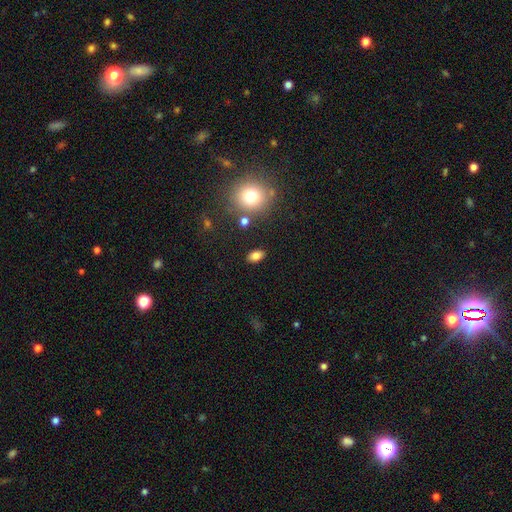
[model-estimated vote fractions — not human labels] This is clearly a smooth galaxy (81%). How rounded: clearly in between (86%). Merging: clearly none (85%).